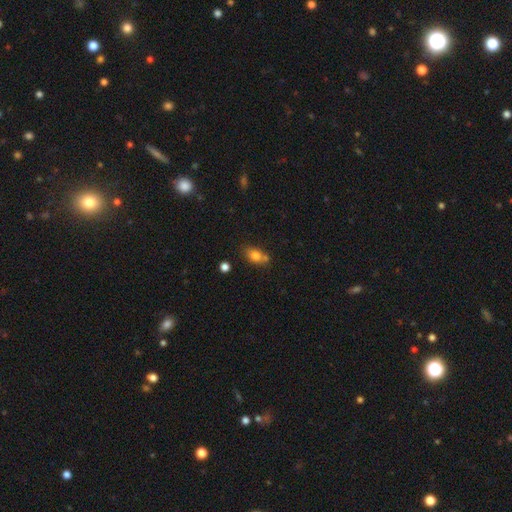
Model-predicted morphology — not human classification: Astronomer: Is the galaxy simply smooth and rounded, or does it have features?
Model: smooth — 78%.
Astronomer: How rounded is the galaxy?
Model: in between — 74%.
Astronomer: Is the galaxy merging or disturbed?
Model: none — 55%.